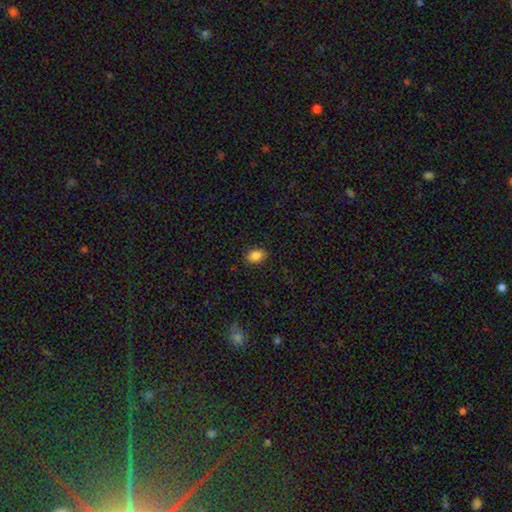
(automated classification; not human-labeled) Q: Smooth or featured?
A: smooth (87%); runner-up: star or artifact (9%)
Q: How rounded?
A: in between (77%); runner-up: round (22%)
Q: Merging?
A: none (87%); runner-up: minor disturbance (10%)